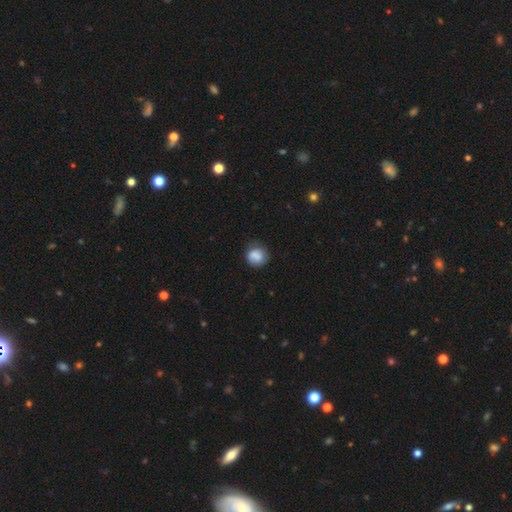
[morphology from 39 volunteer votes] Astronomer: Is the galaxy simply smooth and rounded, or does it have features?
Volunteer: smooth — 92%.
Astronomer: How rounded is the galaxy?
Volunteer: round — 83%.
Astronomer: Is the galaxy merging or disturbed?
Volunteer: none — 64%.